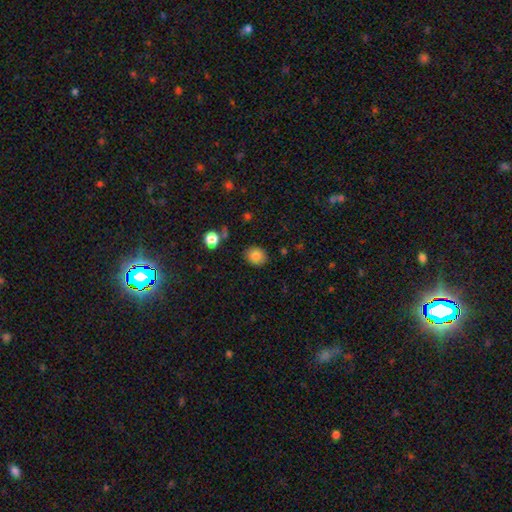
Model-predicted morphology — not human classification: Smooth or featured? smooth (84%)
How rounded? round (70%)
Merging? none (86%)